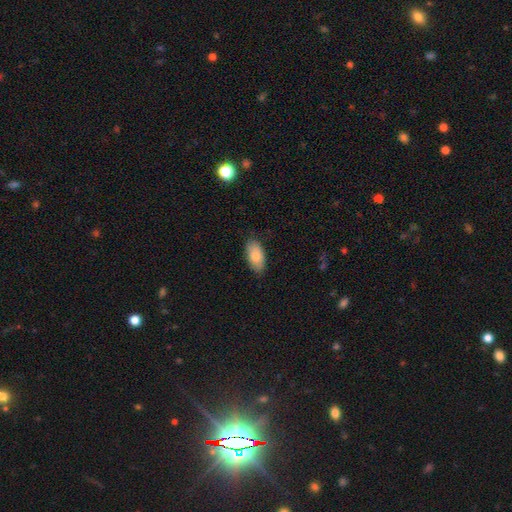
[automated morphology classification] The model was most divided on "merging": none: 83%, minor disturbance: 14%, major disturbance: 2%, merger: 1%. More confident: how rounded — in between (93%); smooth or featured — smooth (84%).